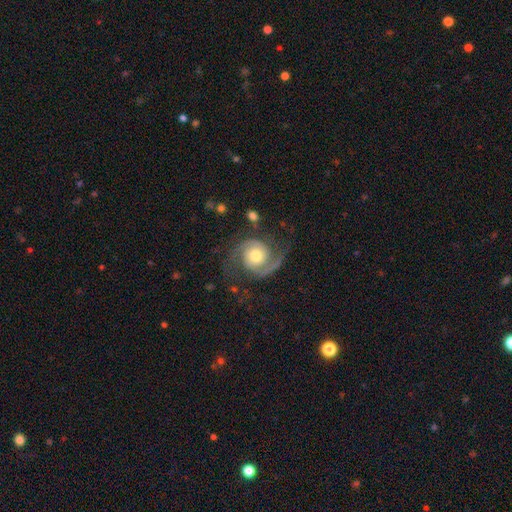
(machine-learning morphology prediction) smooth-or-featured: featured or disk: 88% | smooth: 7% | star or artifact: 5%
  disk-edge-on: no: 98% | yes: 2%
    bar: no: 73% | weak: 22% | strong: 5%
    has-spiral-arms: yes: 98% | no: 2%
      spiral-winding: medium: 50% | tight: 30% | loose: 20%
      spiral-arm-count: 2: 90% | 1: 3% | can't tell: 3% | 3: 2% | 4: 1% | more than 4: 1%
    bulge-size: moderate: 68% | small: 16% | large: 14% | dominant: 2% | none: 1%
  merging: none: 71% | minor disturbance: 16% | major disturbance: 11% | merger: 2%